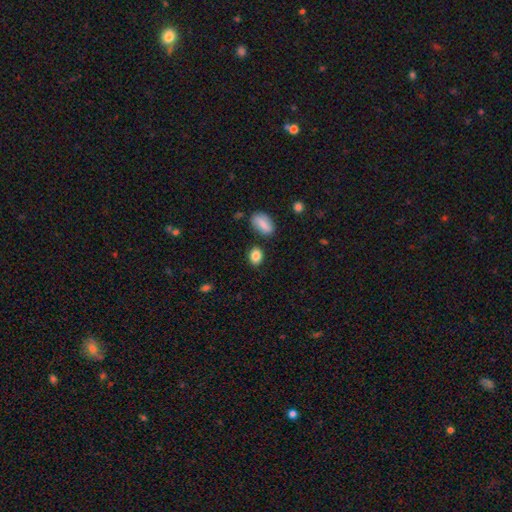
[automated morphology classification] Smooth or featured: smooth — 86% (star or artifact — 9%)
How rounded: in between — 72% (round — 26%)
Merging: none — 81% (minor disturbance — 11%)